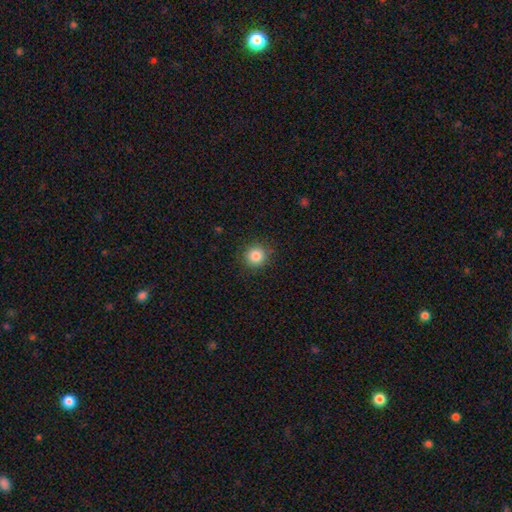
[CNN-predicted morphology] smooth-or-featured: smooth: 85% | star or artifact: 11% | featured or disk: 5%
  how-rounded: round: 93% | in between: 6% | cigar-shaped: 1%
  merging: none: 90% | minor disturbance: 7% | major disturbance: 2% | merger: 1%